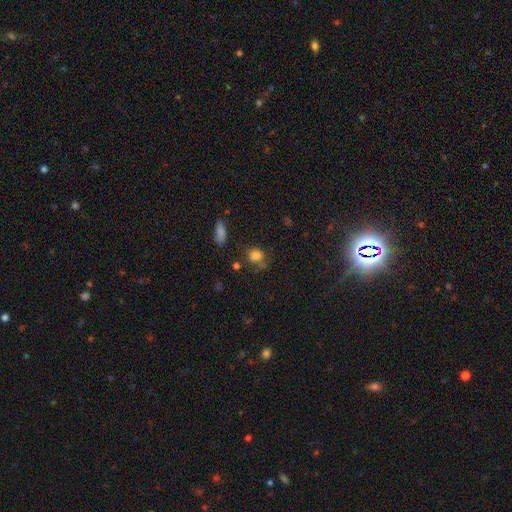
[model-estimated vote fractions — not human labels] Smooth or featured?
  - smooth: 77% *
  - star or artifact: 14%
  - featured or disk: 9%
How rounded?
  - round: 59% *
  - in between: 39%
  - cigar-shaped: 2%
Merging?
  - none: 51% *
  - minor disturbance: 26%
  - major disturbance: 16%
  - merger: 7%